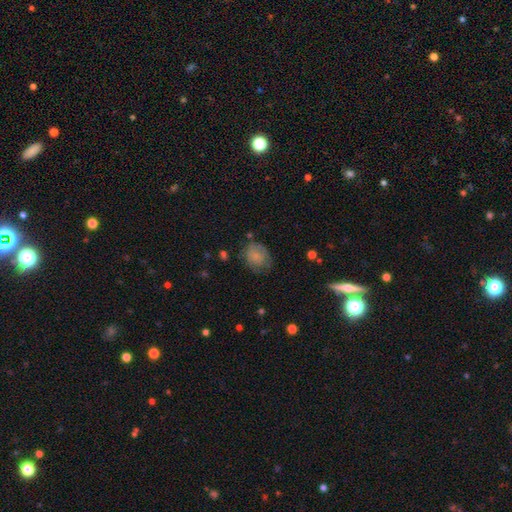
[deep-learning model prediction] Smooth or featured?
  - smooth: 71% *
  - featured or disk: 21%
  - star or artifact: 8%
How rounded?
  - round: 52% *
  - in between: 47%
  - cigar-shaped: 1%
Merging?
  - none: 56% *
  - minor disturbance: 29%
  - major disturbance: 13%
  - merger: 3%